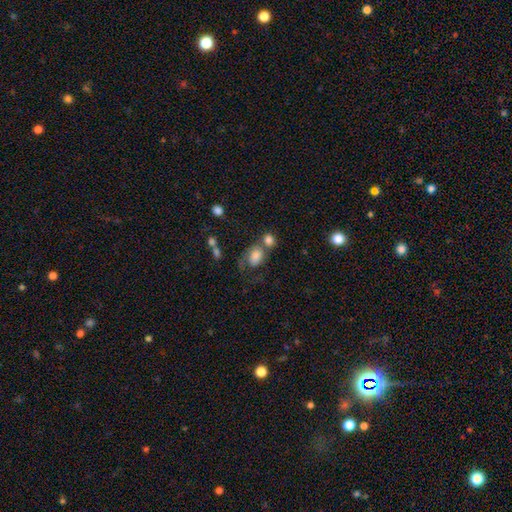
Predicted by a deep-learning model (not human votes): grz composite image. It shows a smooth galaxy with no disk features (75%) that is in between round and cigar-shaped (64%). Merging: merger (40%).